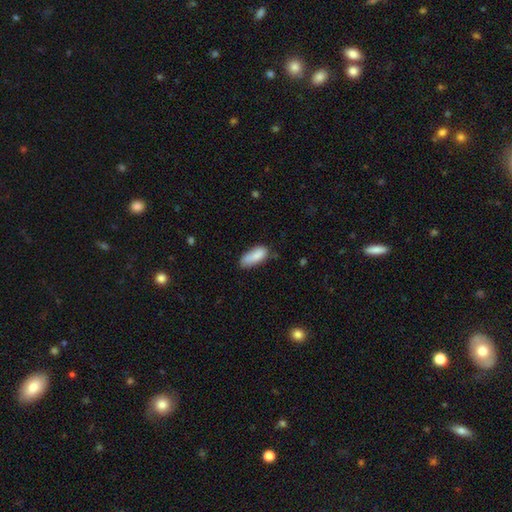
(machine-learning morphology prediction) Smooth or featured? smooth (84%)
How rounded? in between (80%)
Merging? none (58%)